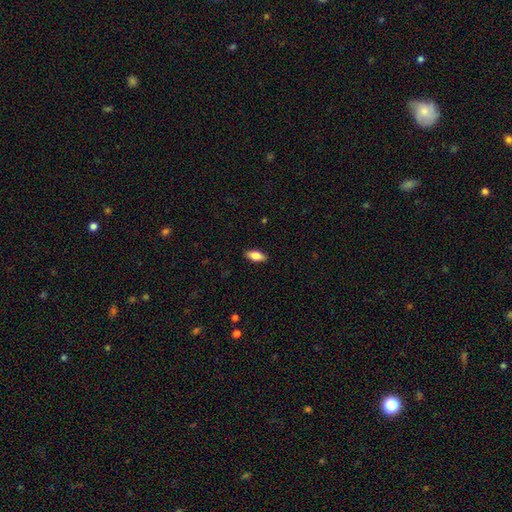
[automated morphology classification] Smooth or featured?
  - smooth: 74% *
  - featured or disk: 20%
  - star or artifact: 7%
How rounded?
  - in between: 83% *
  - cigar-shaped: 14%
  - round: 3%
Merging?
  - none: 89% *
  - minor disturbance: 8%
  - major disturbance: 2%
  - merger: 1%